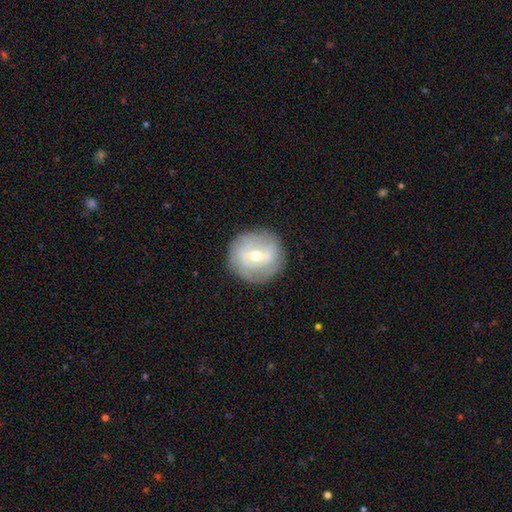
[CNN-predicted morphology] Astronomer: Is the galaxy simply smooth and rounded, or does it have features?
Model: featured or disk — 67%.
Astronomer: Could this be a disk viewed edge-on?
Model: no — 95%.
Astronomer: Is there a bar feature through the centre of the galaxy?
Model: weak — 49% (runner-up: strong, 27%).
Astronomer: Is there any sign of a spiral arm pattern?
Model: yes — 73%.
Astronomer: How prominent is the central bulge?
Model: moderate — 58% (runner-up: small, 38%).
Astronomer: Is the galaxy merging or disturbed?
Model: none — 83%.